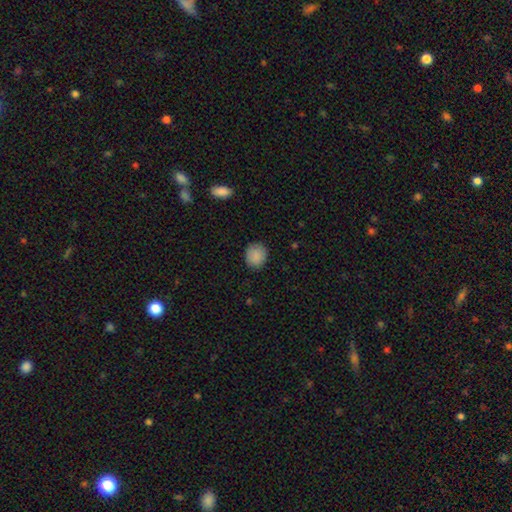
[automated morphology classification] A smooth galaxy with no disk features (88%) that is round (79%). Merging: none (87%).